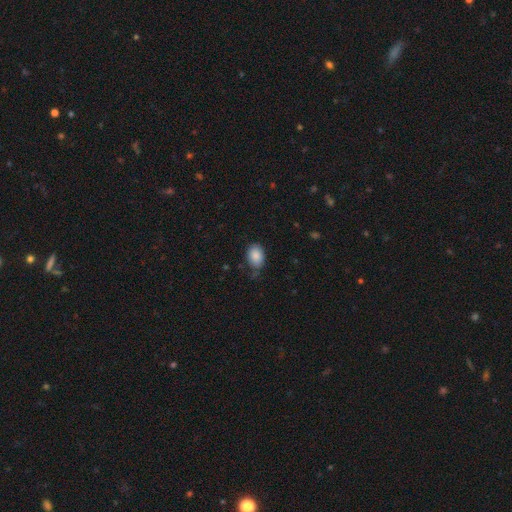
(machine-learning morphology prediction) A smooth galaxy with no disk features (87%) that is in between round and cigar-shaped (79%).

Vote fractions:
- Smooth or featured? smooth: 87% / star or artifact: 8% / featured or disk: 5%
- How rounded? in between: 79% / round: 19% / cigar-shaped: 1%
- Merging? none: 72% / minor disturbance: 22% / major disturbance: 4% / merger: 2%